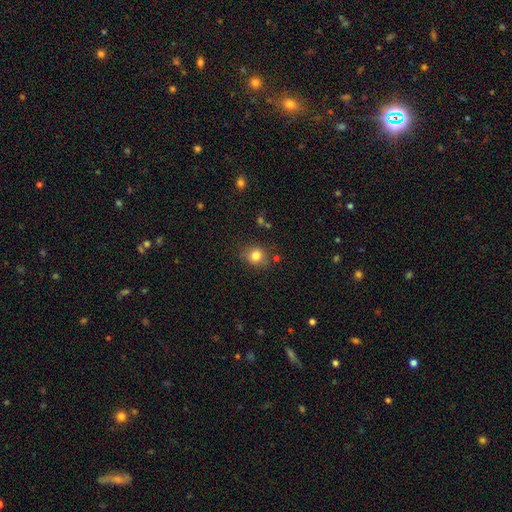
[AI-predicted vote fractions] This appears to be a smooth galaxy with no disk features (81%) that is round (74%). Merging: none (78%).